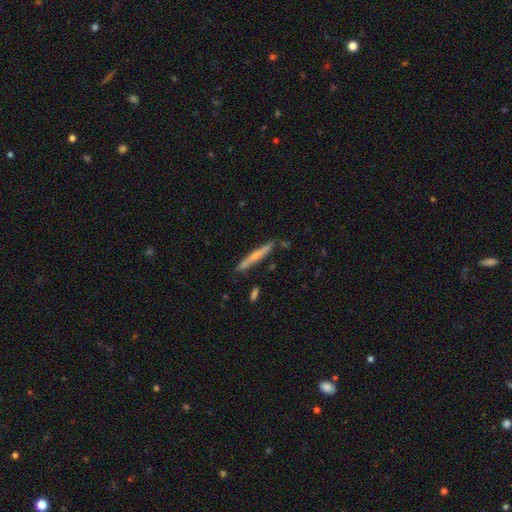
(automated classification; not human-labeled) A smooth galaxy with no disk features (54%) that is cigar-shaped (96%).

Vote fractions:
- Smooth or featured? smooth: 54% / featured or disk: 40% / star or artifact: 6%
- How rounded? cigar-shaped: 96% / in between: 3% / round: 1%
- Merging? none: 83% / minor disturbance: 12% / merger: 3% / major disturbance: 2%